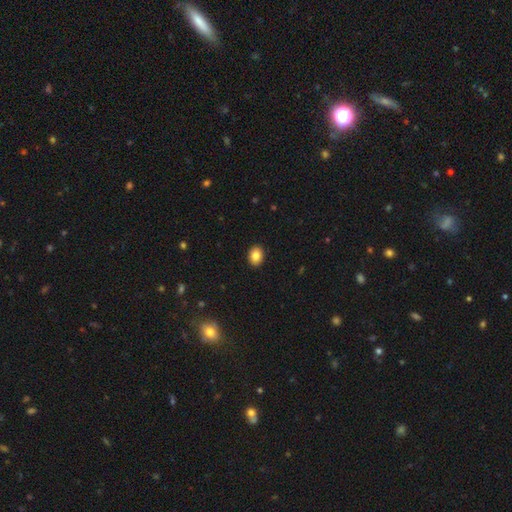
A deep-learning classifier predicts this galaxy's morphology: Smooth or featured?
  - smooth: 85% *
  - star or artifact: 9%
  - featured or disk: 7%
How rounded?
  - in between: 67% *
  - round: 32%
  - cigar-shaped: 1%
Merging?
  - none: 91% *
  - minor disturbance: 6%
  - major disturbance: 2%
  - merger: 1%